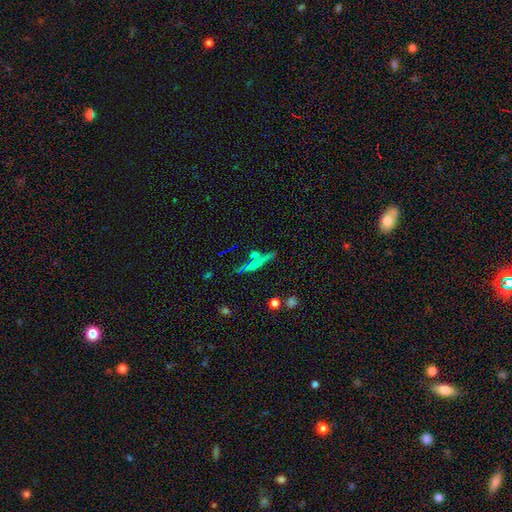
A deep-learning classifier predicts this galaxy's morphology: The model was most divided on "smooth or featured": smooth: 43%, featured or disk: 37%, star or artifact: 20%. More confident: merging — none (72%).